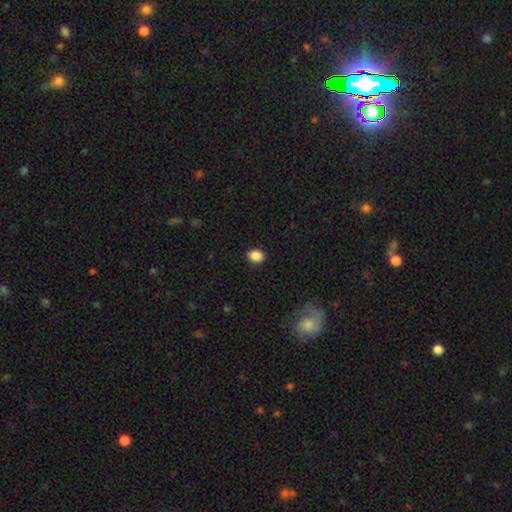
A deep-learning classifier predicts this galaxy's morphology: Q: Smooth or featured?
A: smooth (89%); runner-up: star or artifact (9%)
Q: How rounded?
A: in between (54%); runner-up: round (45%)
Q: Merging?
A: none (88%); runner-up: minor disturbance (8%)